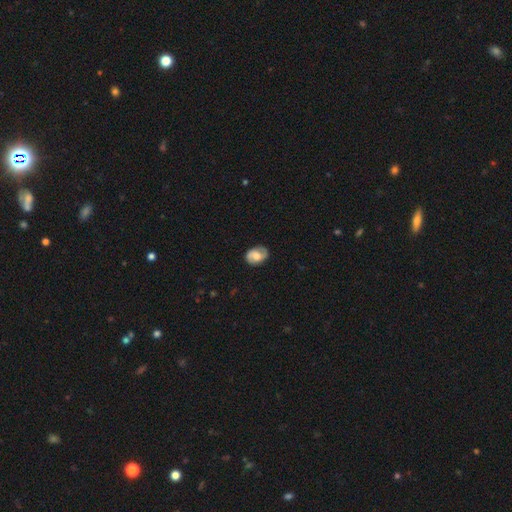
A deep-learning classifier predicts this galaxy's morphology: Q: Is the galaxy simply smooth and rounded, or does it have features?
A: featured or disk — 54%.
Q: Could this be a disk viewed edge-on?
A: no — 97%.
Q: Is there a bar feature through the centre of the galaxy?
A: no — 52%.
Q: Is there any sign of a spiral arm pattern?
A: yes — 86%.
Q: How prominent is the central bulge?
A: moderate — 49%.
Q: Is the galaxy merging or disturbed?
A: none — 79%.